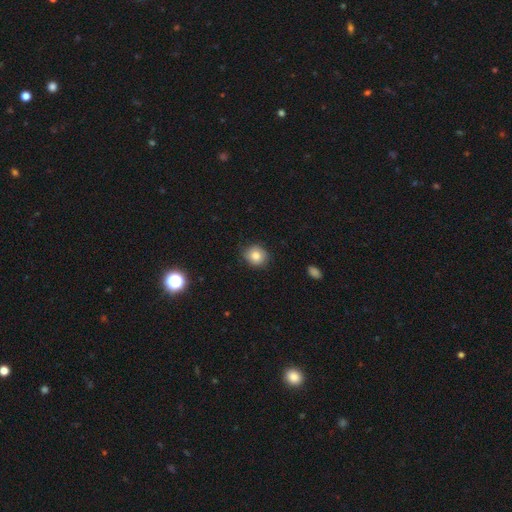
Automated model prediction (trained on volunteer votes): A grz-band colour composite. It shows a smooth galaxy with no disk features (83%) that is round (76%). Merging: none (82%).